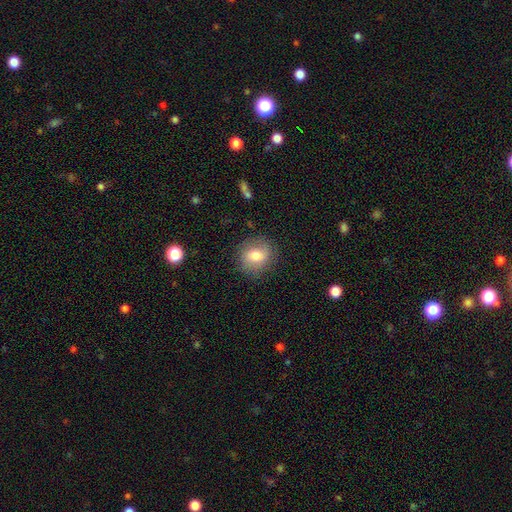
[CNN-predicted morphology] smooth-or-featured: smooth: 68% | featured or disk: 23% | star or artifact: 9%
  how-rounded: round: 75% | in between: 24% | cigar-shaped: 1%
  merging: none: 83% | minor disturbance: 12% | major disturbance: 4% | merger: 1%